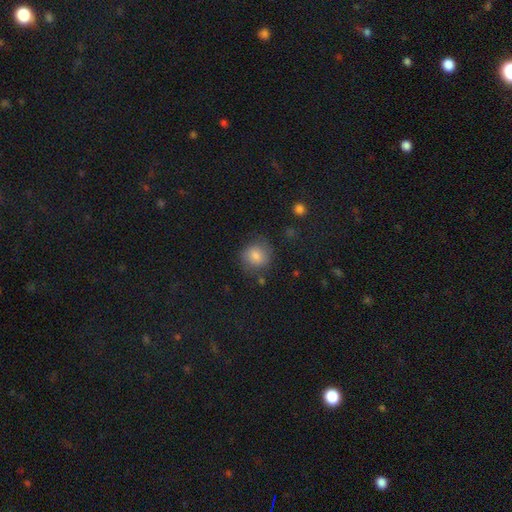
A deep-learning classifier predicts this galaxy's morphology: type=smooth (76%); roundness=round (81%); merging=none (75%).